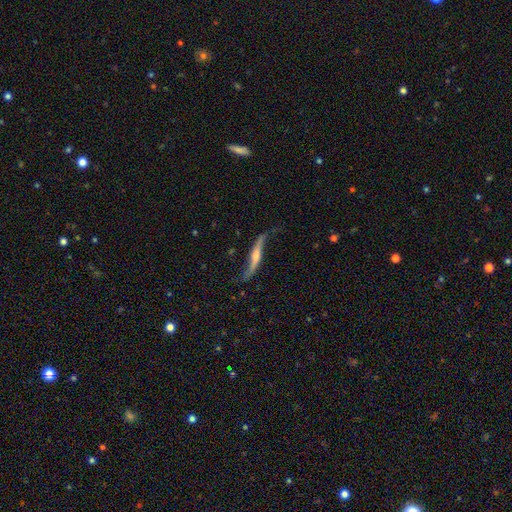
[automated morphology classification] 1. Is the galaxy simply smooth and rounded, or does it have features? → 86% featured or disk, 9% smooth, 6% star or artifact.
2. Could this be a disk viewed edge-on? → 56% no, 44% yes.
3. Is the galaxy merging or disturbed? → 67% none, 20% minor disturbance, 10% major disturbance, 3% merger.